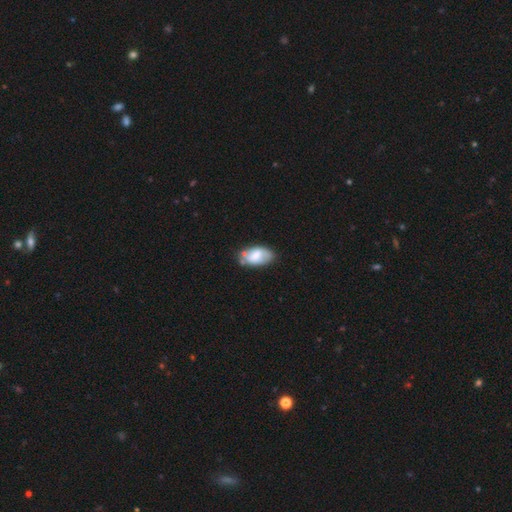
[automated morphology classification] Smooth or featured: smooth — 64% (featured or disk — 30%)
How rounded: in between — 93% (round — 4%)
Merging: none — 56% (minor disturbance — 28%)